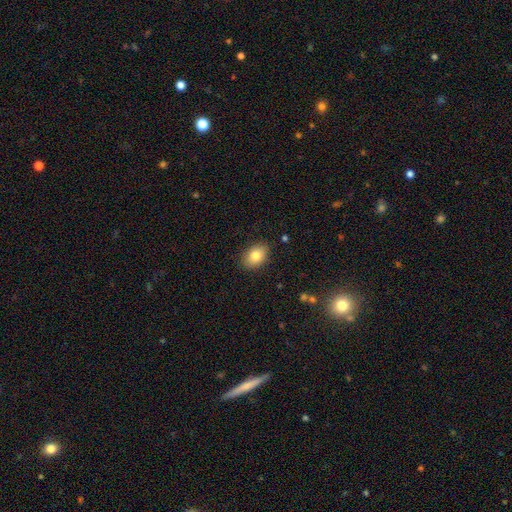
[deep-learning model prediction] A smooth galaxy with no disk features (82%) that is in between round and cigar-shaped (81%).

Vote fractions:
- Smooth or featured? smooth: 82% / featured or disk: 10% / star or artifact: 8%
- How rounded? in between: 81% / round: 18% / cigar-shaped: 1%
- Merging? none: 88% / minor disturbance: 9% / major disturbance: 2% / merger: 1%